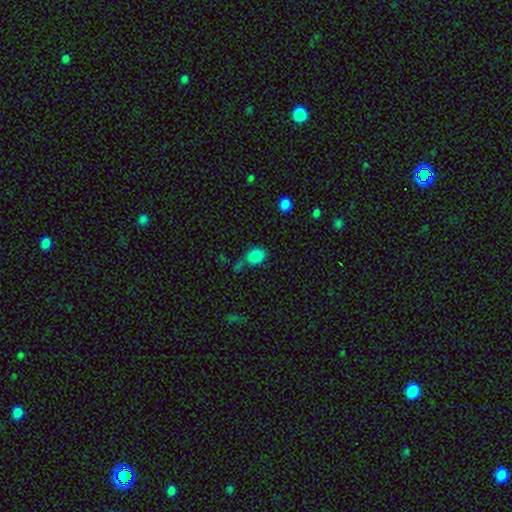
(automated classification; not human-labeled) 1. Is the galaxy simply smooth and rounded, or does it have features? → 84% smooth, 11% star or artifact, 5% featured or disk.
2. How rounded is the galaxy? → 60% in between, 39% round, 1% cigar-shaped.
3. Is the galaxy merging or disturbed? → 53% none, 19% minor disturbance, 19% merger, 8% major disturbance.